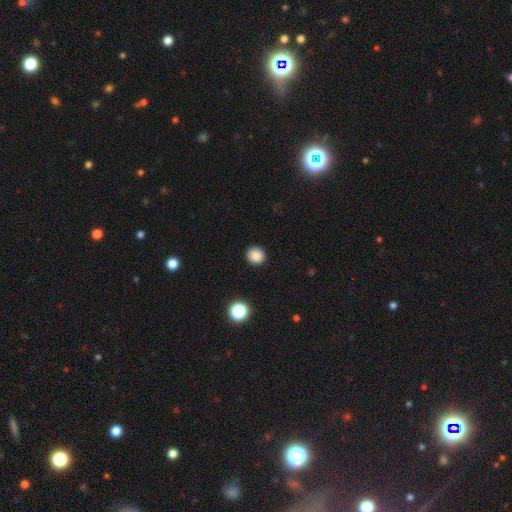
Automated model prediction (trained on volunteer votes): smooth-or-featured: smooth: 86% | star or artifact: 11% | featured or disk: 3%
  how-rounded: round: 88% | in between: 11% | cigar-shaped: 1%
  merging: none: 92% | minor disturbance: 5% | major disturbance: 2% | merger: 1%